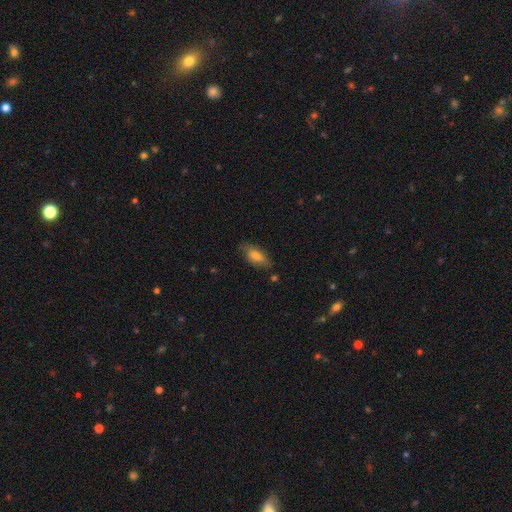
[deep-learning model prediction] Morphology: type=smooth (71%); roundness=in between (82%); merging=none (71%).